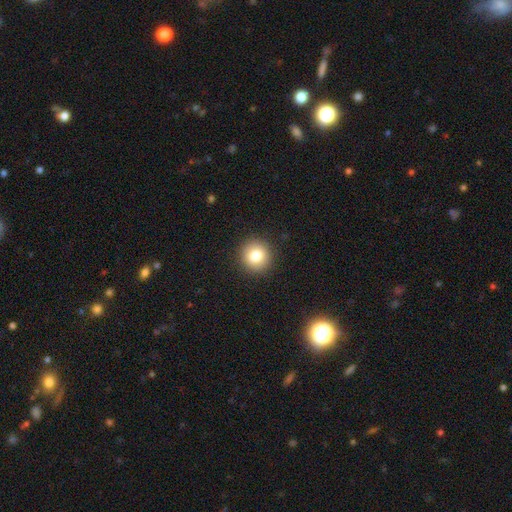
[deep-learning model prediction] A smooth galaxy with no disk features (80%) that is round (92%). Merging: none (92%).